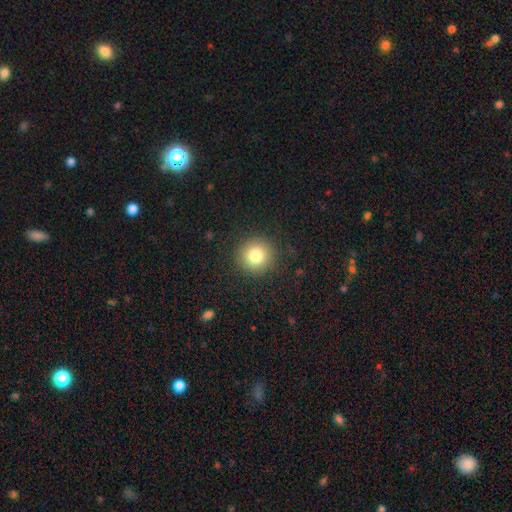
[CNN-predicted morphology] This appears to be a smooth galaxy with no disk features (81%) that is round (94%). Merging: none (90%).